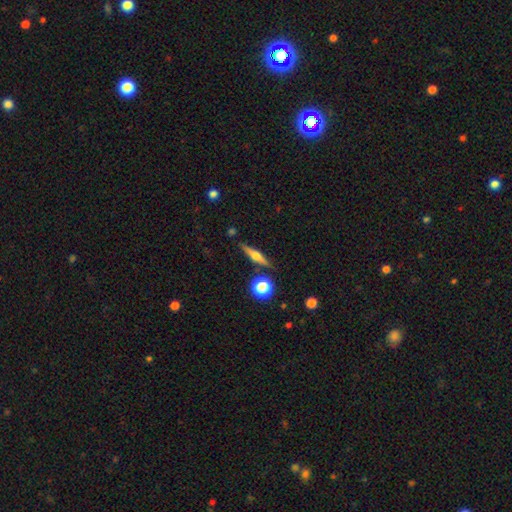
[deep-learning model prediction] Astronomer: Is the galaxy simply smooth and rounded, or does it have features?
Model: featured or disk — 64%.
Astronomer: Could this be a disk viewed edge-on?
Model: yes — 96%.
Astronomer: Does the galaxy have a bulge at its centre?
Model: rounded — 91%.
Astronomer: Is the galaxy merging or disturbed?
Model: none — 86%.